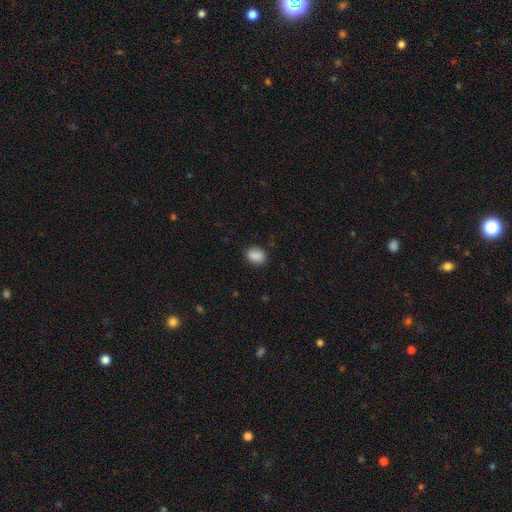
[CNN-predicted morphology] type=smooth (88%); roundness=in between (52%); merging=none (85%).